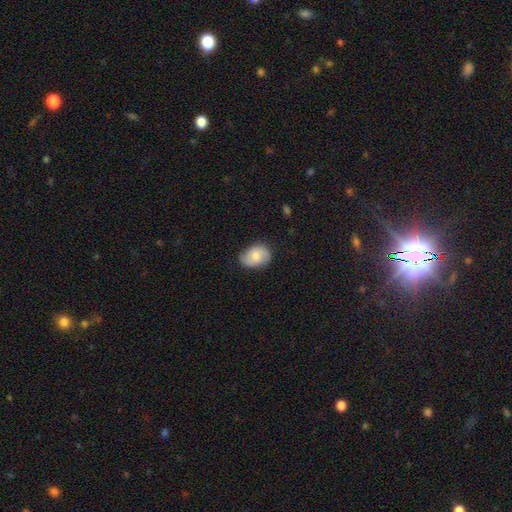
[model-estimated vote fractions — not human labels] The model was most divided on "smooth or featured": smooth: 67%, featured or disk: 26%, star or artifact: 7%. More confident: how rounded — in between (73%); merging — none (73%).